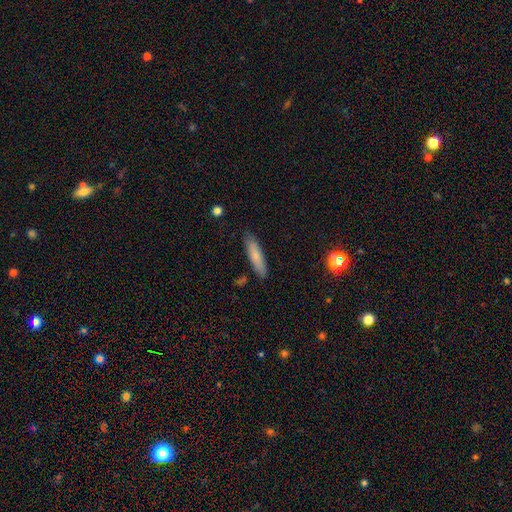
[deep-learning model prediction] Smooth or featured: smooth — 76% (featured or disk — 17%)
How rounded: cigar-shaped — 76% (in between — 22%)
Merging: none — 85% (minor disturbance — 11%)